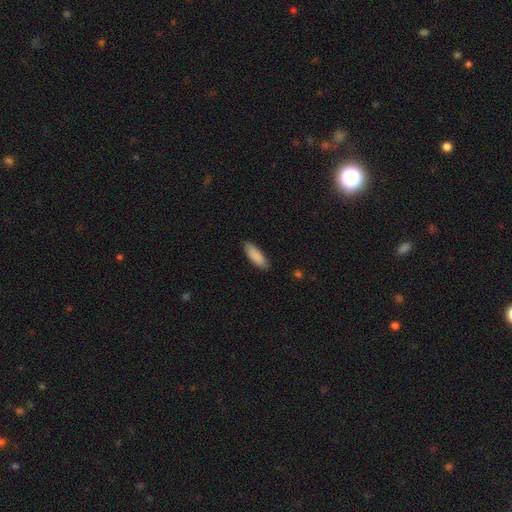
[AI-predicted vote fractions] smooth 89%, star or artifact 6%, featured or disk 5%. Down the decision tree: how rounded — in between (60%); merging — none (83%).